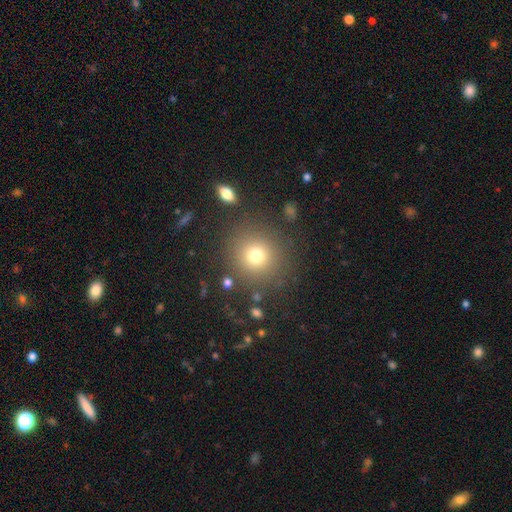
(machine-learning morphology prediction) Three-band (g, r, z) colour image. It shows a smooth galaxy with no disk features (75%) that is round (91%). Merging: none (84%).